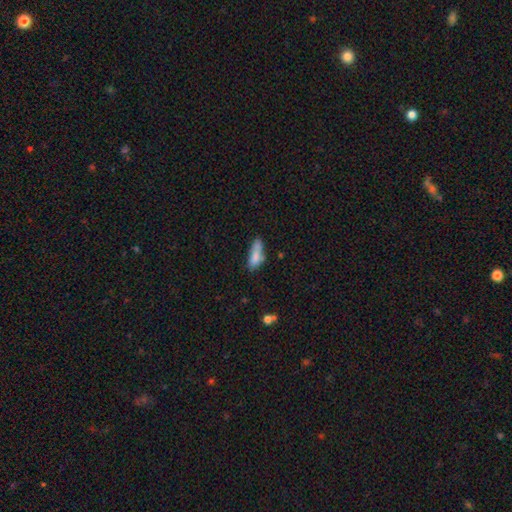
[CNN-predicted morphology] A smooth galaxy with no disk features (78%) that is in between round and cigar-shaped (60%).

Vote fractions:
- Smooth or featured? smooth: 78% / featured or disk: 14% / star or artifact: 9%
- How rounded? in between: 60% / cigar-shaped: 37% / round: 3%
- Merging? none: 44% / minor disturbance: 30% / merger: 14% / major disturbance: 11%